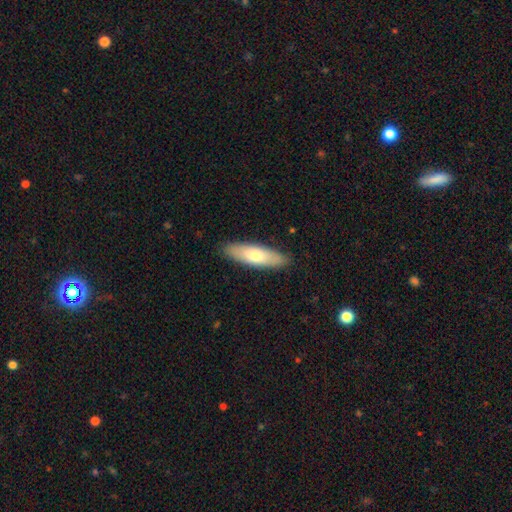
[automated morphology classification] This is likely a smooth galaxy (71%). How rounded: possibly cigar-shaped (52%). Merging: clearly none (88%).